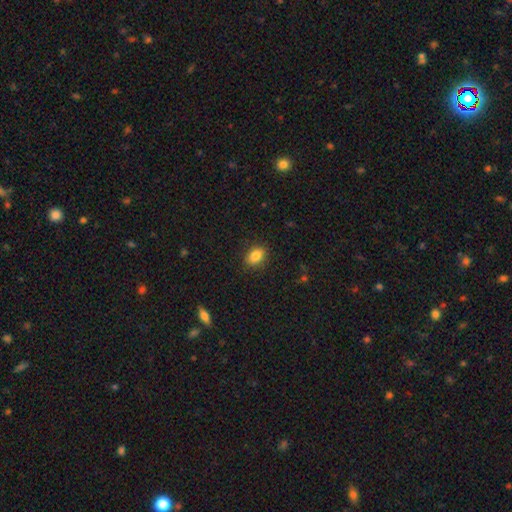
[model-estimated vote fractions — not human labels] Morphology: type=smooth (86%); roundness=in between (81%); merging=none (86%).